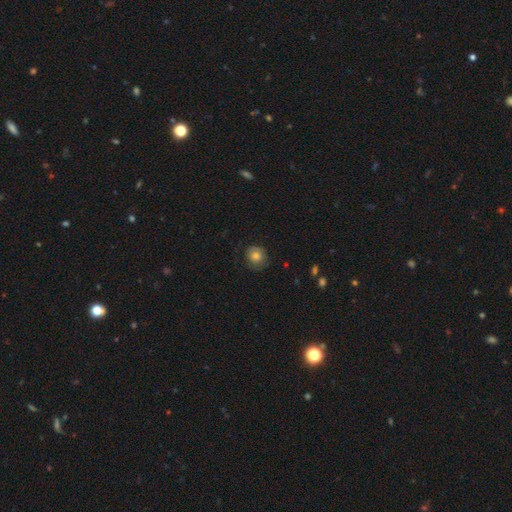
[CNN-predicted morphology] This appears to be a smooth galaxy with no disk features (76%) that is round (87%). Merging: none (78%).